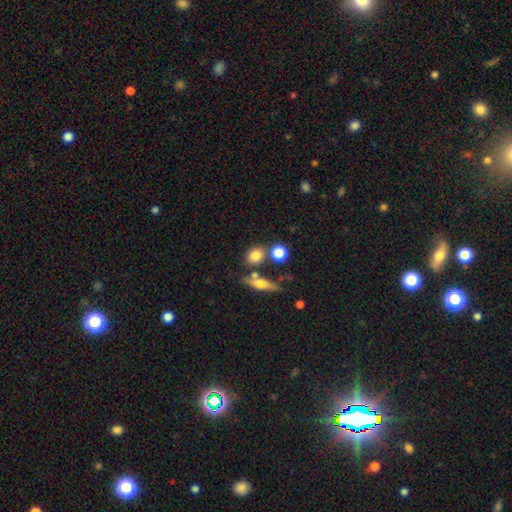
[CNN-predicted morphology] Overall: smooth (77%). How rounded: round (55%; in between 39%). Merging: none (64%).